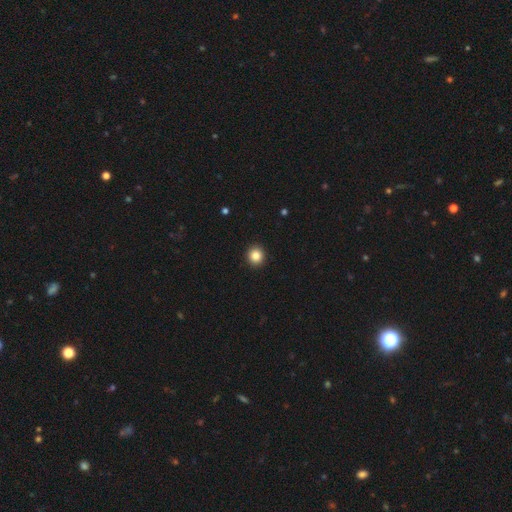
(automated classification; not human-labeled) smooth-or-featured: smooth: 85% | star or artifact: 10% | featured or disk: 5%
  how-rounded: round: 91% | in between: 8% | cigar-shaped: 1%
  merging: none: 93% | minor disturbance: 4% | major disturbance: 2% | merger: 1%